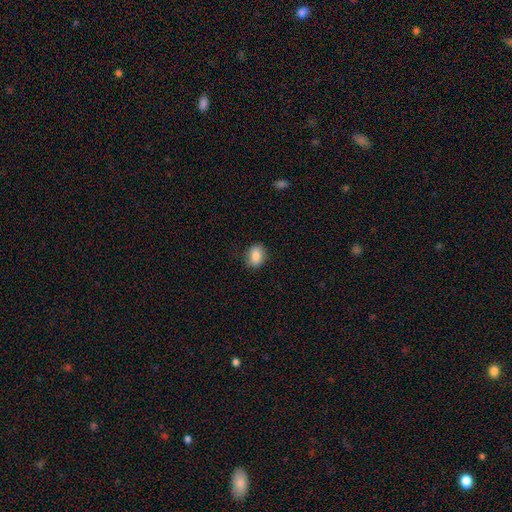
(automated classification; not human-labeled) smooth 85%, star or artifact 8%, featured or disk 7%. Down the decision tree: how rounded — in between (65%); merging — none (83%).